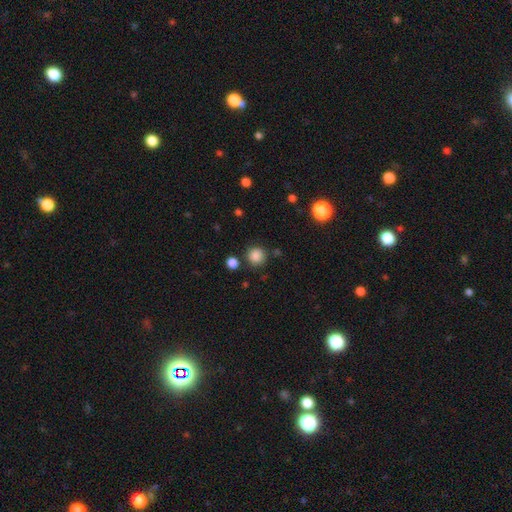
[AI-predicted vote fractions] Smooth or featured?
  - smooth: 86% *
  - star or artifact: 11%
  - featured or disk: 3%
How rounded?
  - round: 92% *
  - in between: 7%
  - cigar-shaped: 1%
Merging?
  - none: 83% *
  - minor disturbance: 9%
  - merger: 5%
  - major disturbance: 3%